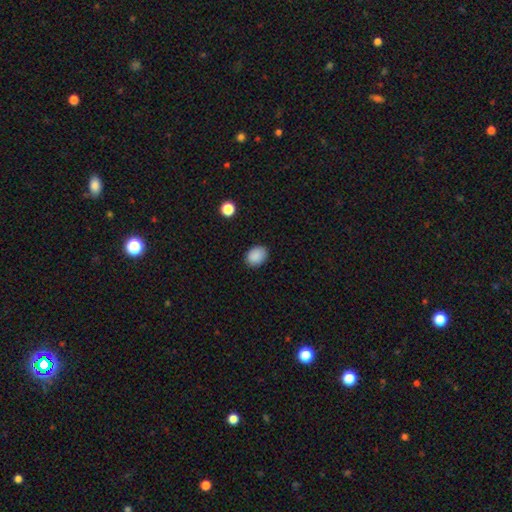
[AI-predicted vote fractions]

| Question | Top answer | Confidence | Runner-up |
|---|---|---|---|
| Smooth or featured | smooth | 88% | star or artifact (9%) |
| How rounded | in between | 62% | round (37%) |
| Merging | none | 87% | minor disturbance (10%) |